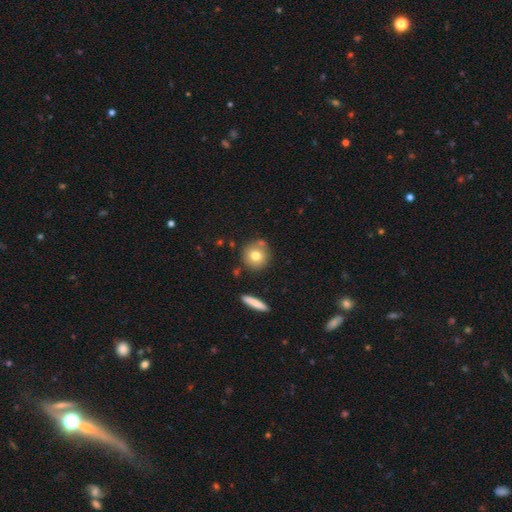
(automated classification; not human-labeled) Morphology: type=smooth (74%); roundness=round (90%); merging=none (73%).